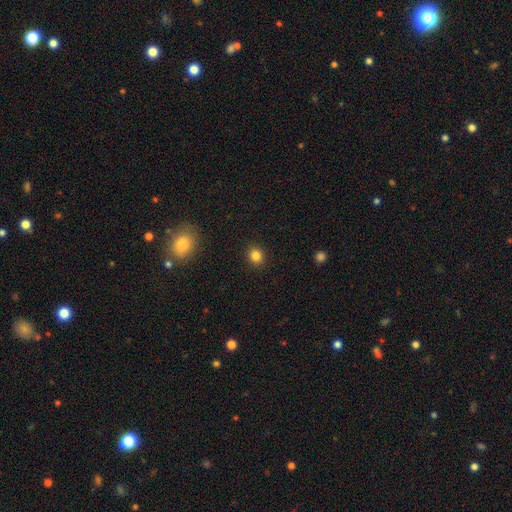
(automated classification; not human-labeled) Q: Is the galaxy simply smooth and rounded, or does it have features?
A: smooth — 84%.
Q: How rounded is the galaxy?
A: round — 81%.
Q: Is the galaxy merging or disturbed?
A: none — 91%.